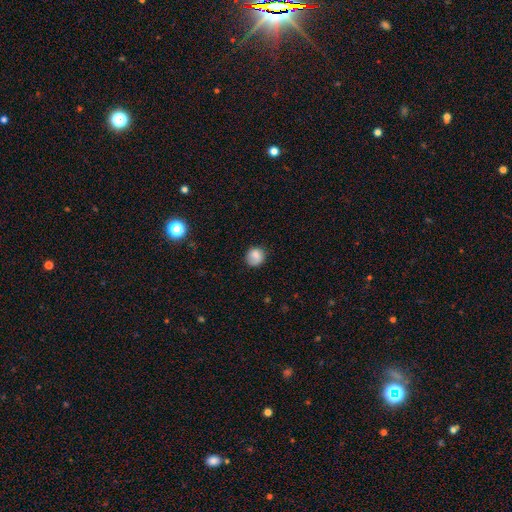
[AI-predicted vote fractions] This is clearly a smooth galaxy (81%). How rounded: clearly round (83%). Merging: likely none (75%).